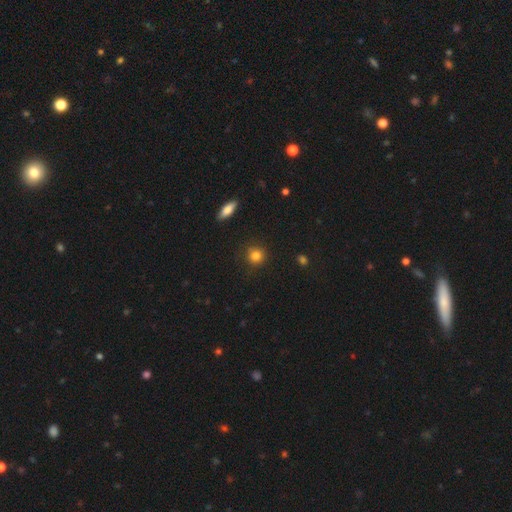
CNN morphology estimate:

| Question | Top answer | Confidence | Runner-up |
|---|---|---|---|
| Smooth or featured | smooth | 84% | star or artifact (10%) |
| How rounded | round | 90% | in between (8%) |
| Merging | none | 89% | minor disturbance (8%) |